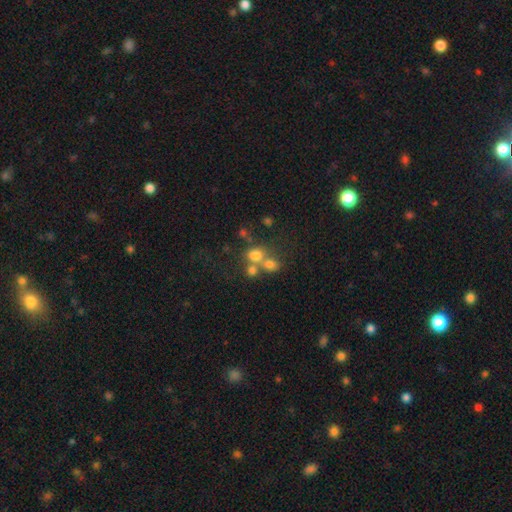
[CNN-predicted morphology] type=smooth (67%); roundness=round (66%); merging=merger (47%).